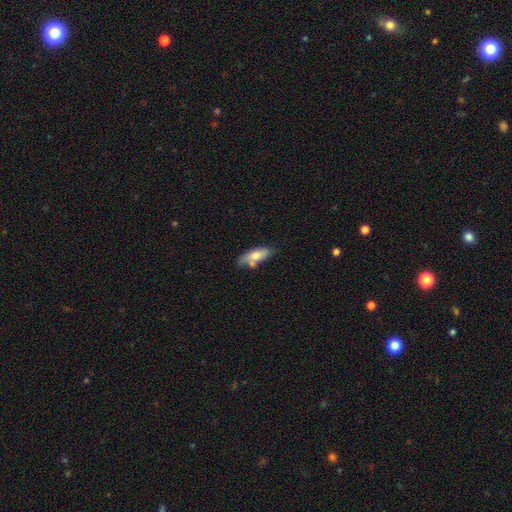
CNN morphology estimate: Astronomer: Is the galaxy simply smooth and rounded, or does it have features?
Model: smooth — 69%.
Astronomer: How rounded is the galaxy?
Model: in between — 70%.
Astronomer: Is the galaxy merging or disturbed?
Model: none — 58%.